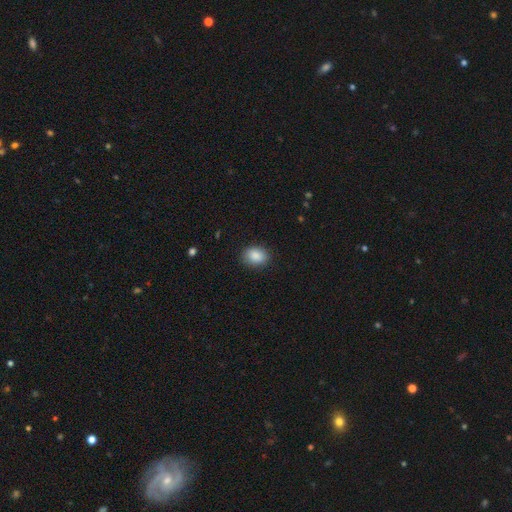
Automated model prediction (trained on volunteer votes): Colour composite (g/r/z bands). It shows a smooth galaxy with no disk features (88%) that is in between round and cigar-shaped (69%). Merging: none (85%).